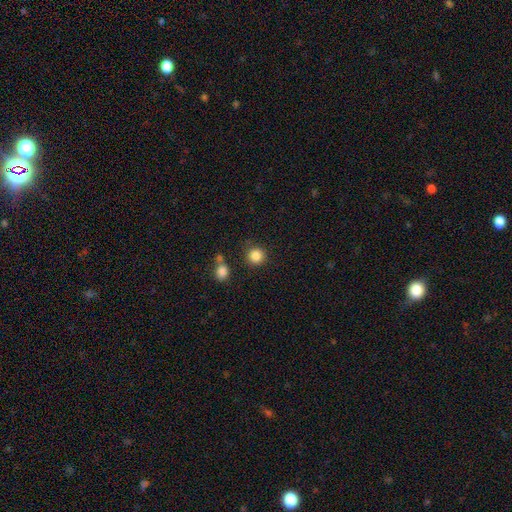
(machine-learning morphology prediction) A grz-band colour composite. It shows a smooth galaxy with no disk features (86%) that is round (93%). Merging: none (86%).